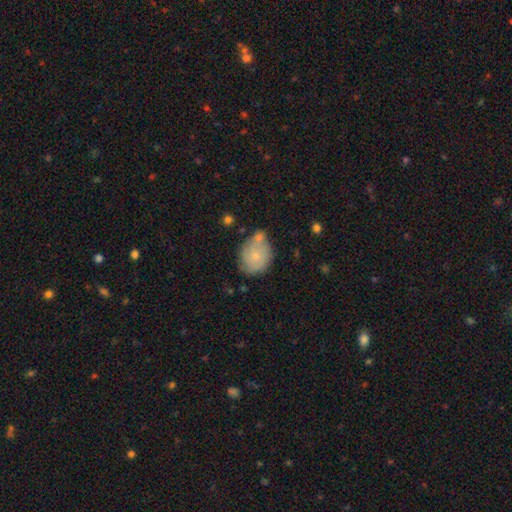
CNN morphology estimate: Overall: smooth (70%). How rounded: round (58%; in between 40%). Merging: none (53%; minor disturbance 24%).